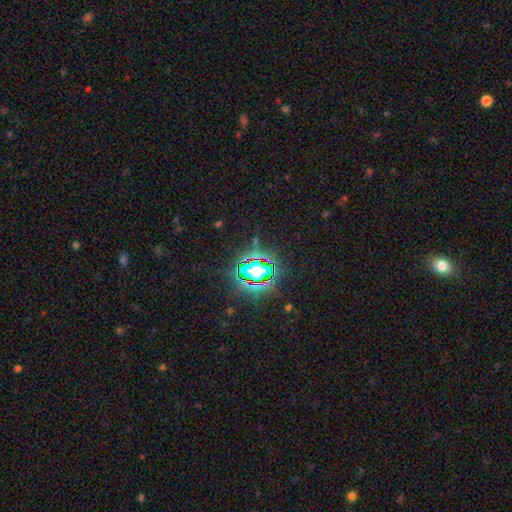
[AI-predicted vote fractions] Overall: star or artifact (83%).